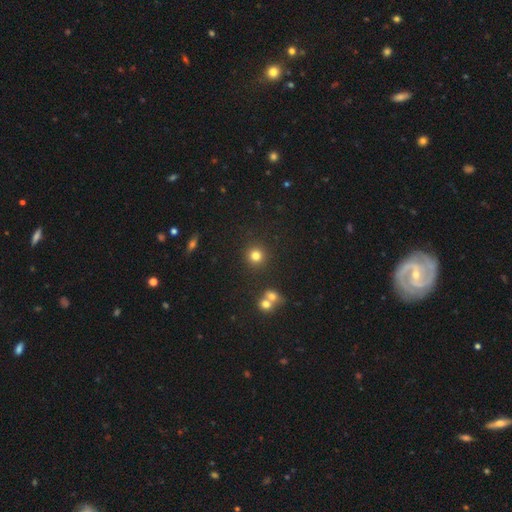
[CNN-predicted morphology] type=smooth (79%); roundness=round (93%); merging=none (87%).